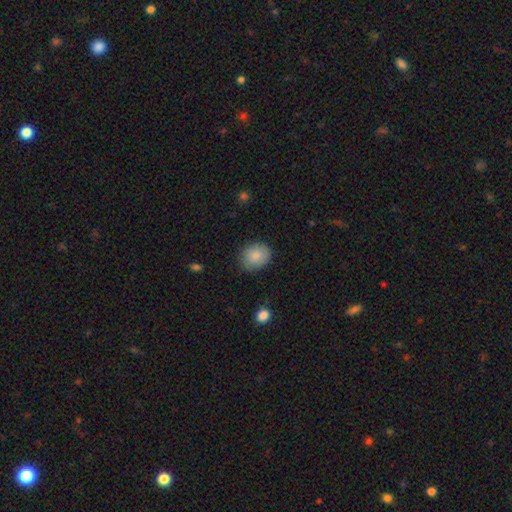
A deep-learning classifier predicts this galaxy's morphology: smooth_or_featured: smooth (p=0.84) [alt: featured or disk p=0.09]
how_rounded: round (p=0.53) [alt: in between p=0.46]
merging: none (p=0.82) [alt: minor disturbance p=0.14]